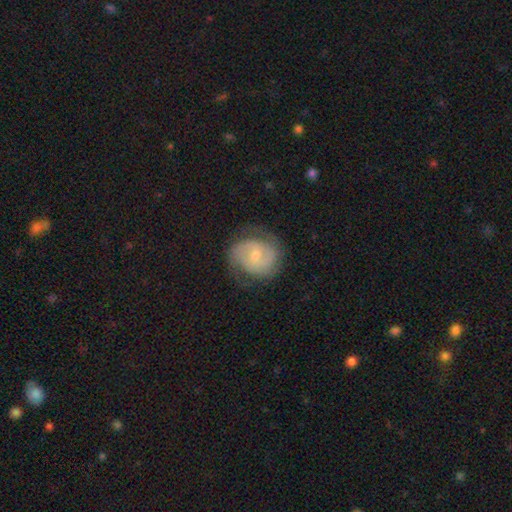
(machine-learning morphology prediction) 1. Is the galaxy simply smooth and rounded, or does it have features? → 75% featured or disk, 19% smooth, 6% star or artifact.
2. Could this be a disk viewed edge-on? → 98% no, 2% yes.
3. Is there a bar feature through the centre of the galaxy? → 50% no, 42% weak, 8% strong.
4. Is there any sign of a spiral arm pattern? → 93% yes, 7% no.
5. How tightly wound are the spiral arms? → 44% tight, 43% medium, 13% loose.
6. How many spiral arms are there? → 78% 2, 11% can't tell, 4% 3, 3% 1, 2% 4, 1% more than 4.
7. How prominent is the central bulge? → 56% small, 38% moderate, 3% none, 2% large, 1% dominant.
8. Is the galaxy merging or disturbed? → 73% none, 18% minor disturbance, 8% major disturbance, 1% merger.